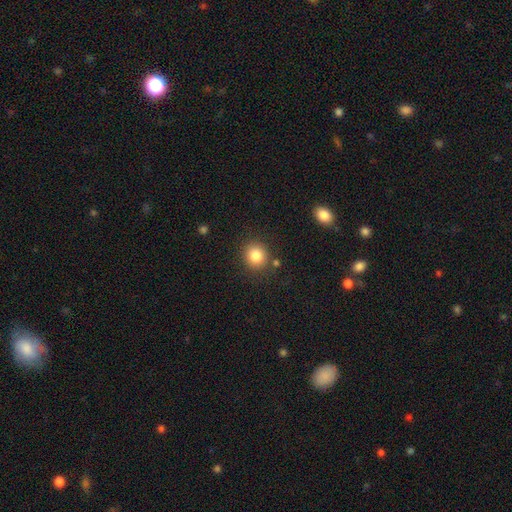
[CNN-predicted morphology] A smooth galaxy with no disk features (84%) that is round (86%). Merging: none (85%).